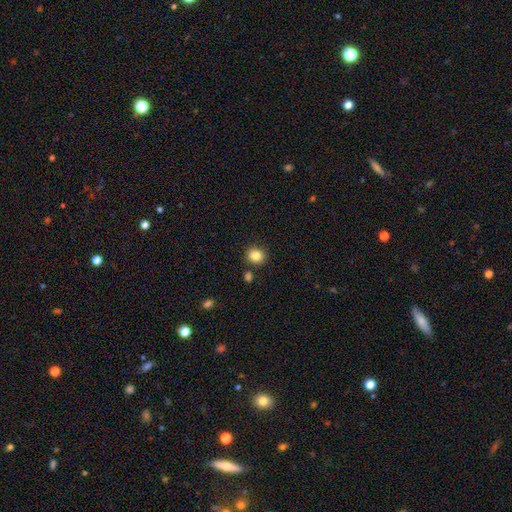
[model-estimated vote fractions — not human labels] This is clearly a smooth galaxy (85%). How rounded: clearly round (80%). Merging: clearly none (86%).